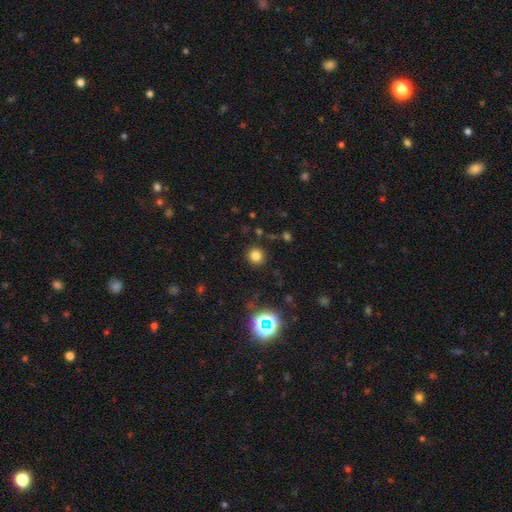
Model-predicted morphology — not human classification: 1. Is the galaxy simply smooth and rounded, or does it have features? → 78% smooth, 17% star or artifact, 5% featured or disk.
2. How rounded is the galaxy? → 92% round, 7% in between, 1% cigar-shaped.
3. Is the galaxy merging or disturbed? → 89% none, 6% minor disturbance, 3% major disturbance, 2% merger.